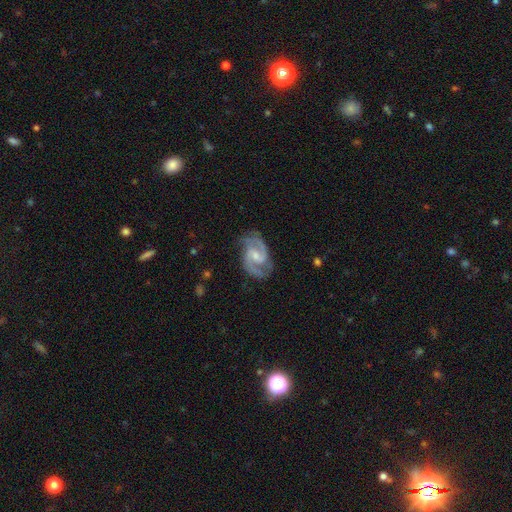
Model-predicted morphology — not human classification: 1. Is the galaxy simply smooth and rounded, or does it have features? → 91% featured or disk, 5% smooth, 4% star or artifact.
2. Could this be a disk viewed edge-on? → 98% no, 2% yes.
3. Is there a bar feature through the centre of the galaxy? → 55% weak, 31% no, 13% strong.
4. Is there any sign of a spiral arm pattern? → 98% yes, 2% no.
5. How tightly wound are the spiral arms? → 61% medium, 24% tight, 15% loose.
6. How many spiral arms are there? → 90% 2, 4% 3, 3% can't tell, 1% 1, 1% 4, 1% more than 4.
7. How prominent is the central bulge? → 51% small, 39% moderate, 6% none, 2% large, 1% dominant.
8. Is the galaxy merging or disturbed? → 74% none, 18% minor disturbance, 6% major disturbance, 1% merger.